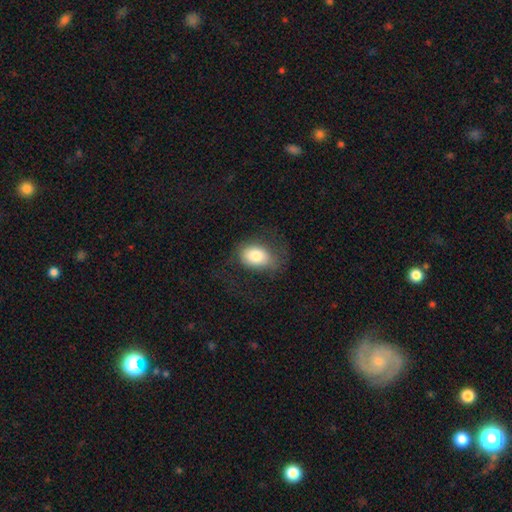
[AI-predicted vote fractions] Overall: smooth (78%). How rounded: in between (80%). Merging: none (55%; major disturbance 22%).